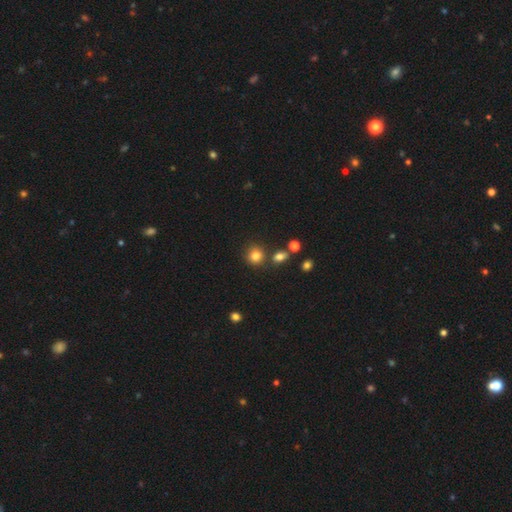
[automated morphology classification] Q: Smooth or featured?
A: smooth (81%); runner-up: star or artifact (13%)
Q: How rounded?
A: round (85%); runner-up: in between (14%)
Q: Merging?
A: none (75%); runner-up: merger (11%)